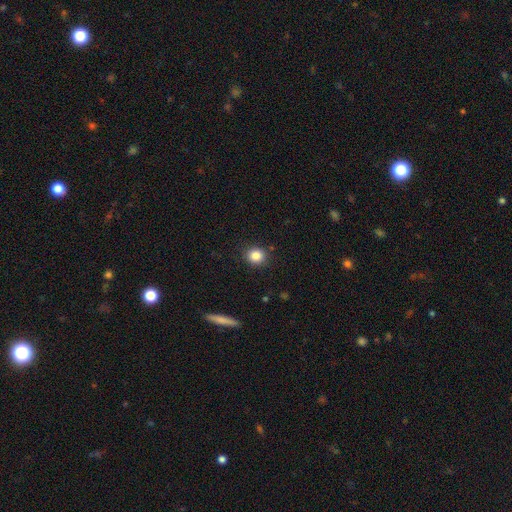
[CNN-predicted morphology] The model was most divided on "how rounded": round: 82%, in between: 17%, cigar-shaped: 1%. More confident: merging — none (88%); smooth or featured — smooth (85%).